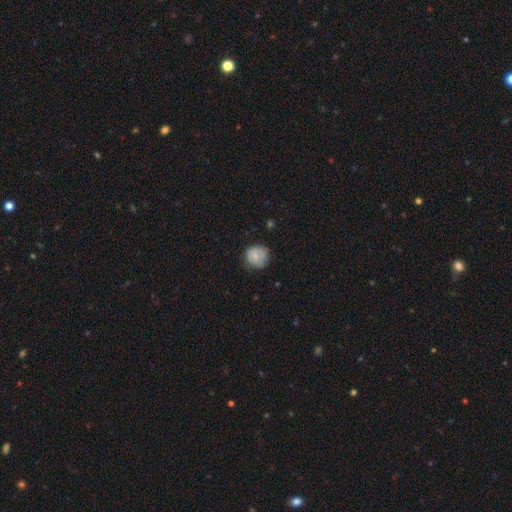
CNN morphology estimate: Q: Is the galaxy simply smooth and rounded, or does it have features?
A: smooth — 77%.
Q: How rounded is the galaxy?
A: round — 86%.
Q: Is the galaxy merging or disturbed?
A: none — 69%.